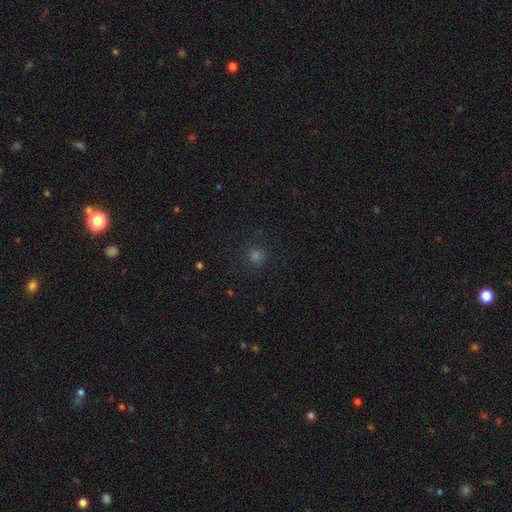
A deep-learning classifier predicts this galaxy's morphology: Smooth or featured: smooth — 60% (star or artifact — 33%)
How rounded: round — 94% (in between — 5%)
Merging: none — 88% (minor disturbance — 8%)